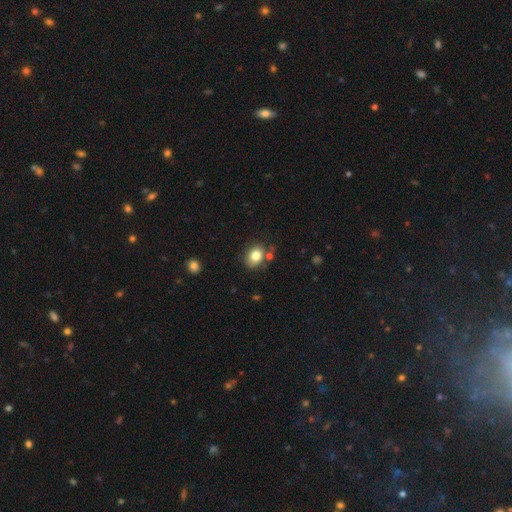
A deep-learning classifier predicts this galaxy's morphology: Smooth or featured? Predicted: smooth (p=0.81). How rounded? Predicted: round (p=0.51). Merging? Predicted: none (p=0.74).